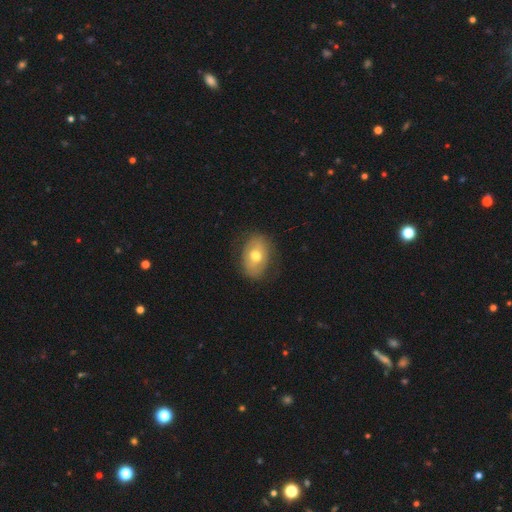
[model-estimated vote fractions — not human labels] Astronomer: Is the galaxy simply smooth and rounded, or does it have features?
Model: smooth — 59%.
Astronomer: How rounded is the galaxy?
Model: in between — 79%.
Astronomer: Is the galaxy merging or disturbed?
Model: none — 80%.